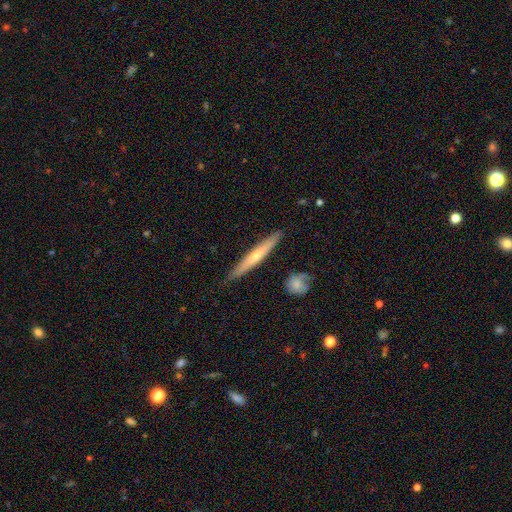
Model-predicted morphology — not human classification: A featured or disk galaxy (49%). Merging: none (87%).